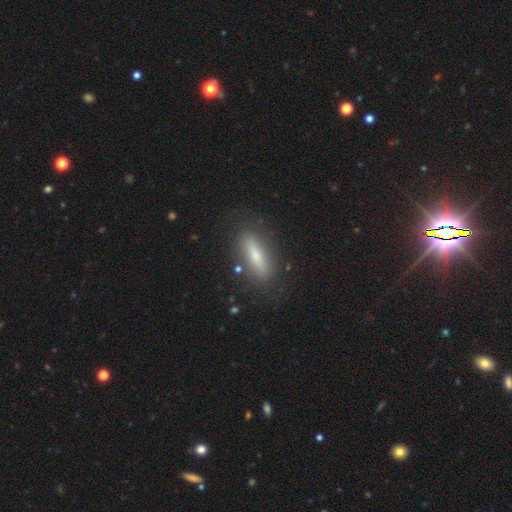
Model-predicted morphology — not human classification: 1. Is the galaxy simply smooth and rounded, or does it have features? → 61% smooth, 32% featured or disk, 8% star or artifact.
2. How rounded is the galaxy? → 58% cigar-shaped, 40% in between, 3% round.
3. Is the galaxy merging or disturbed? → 81% none, 13% minor disturbance, 5% major disturbance, 2% merger.